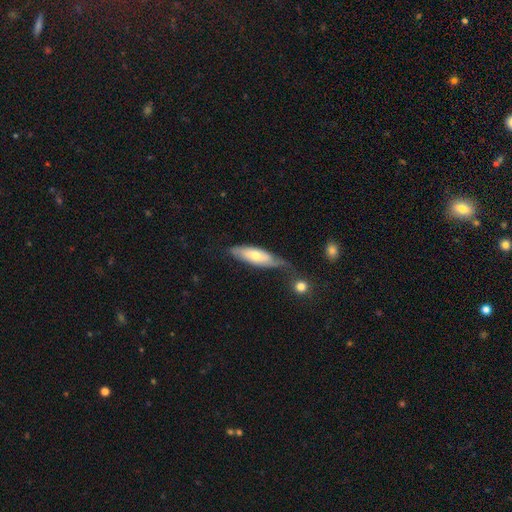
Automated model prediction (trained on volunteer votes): A smooth galaxy with no disk features (56%) that is in between round and cigar-shaped (50%).

Vote fractions:
- Smooth or featured? smooth: 56% / featured or disk: 38% / star or artifact: 6%
- How rounded? in between: 50% / cigar-shaped: 48% / round: 2%
- Merging? none: 44% / minor disturbance: 32% / major disturbance: 13% / merger: 11%